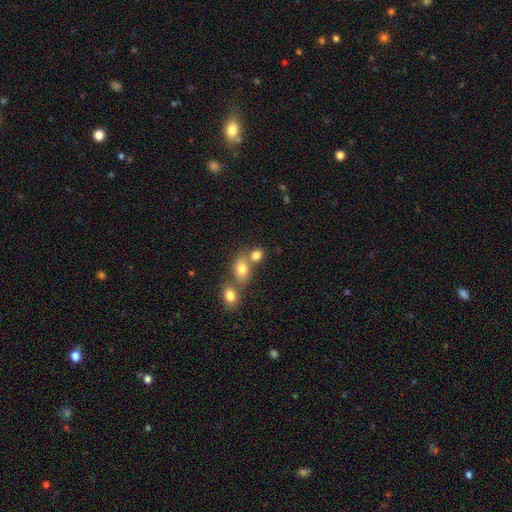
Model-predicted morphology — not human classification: Smooth or featured? smooth (77%)
How rounded? in between (50%)
Merging? none (47%)